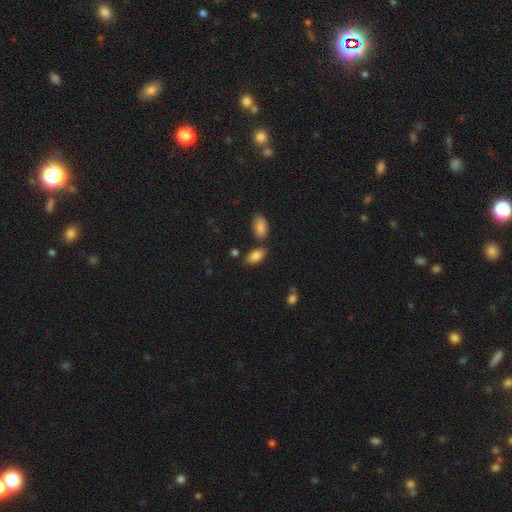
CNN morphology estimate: smooth 86%, star or artifact 8%, featured or disk 7%. Down the decision tree: how rounded — in between (93%); merging — none (72%).